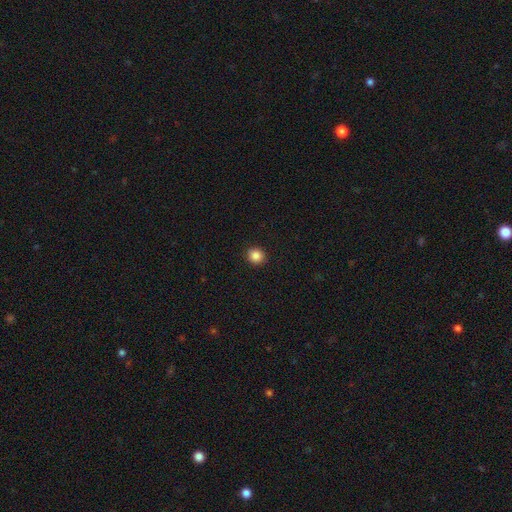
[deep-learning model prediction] smooth-or-featured: smooth: 86% | star or artifact: 10% | featured or disk: 4%
  how-rounded: round: 87% | in between: 12% | cigar-shaped: 1%
  merging: none: 92% | minor disturbance: 5% | major disturbance: 2% | merger: 1%